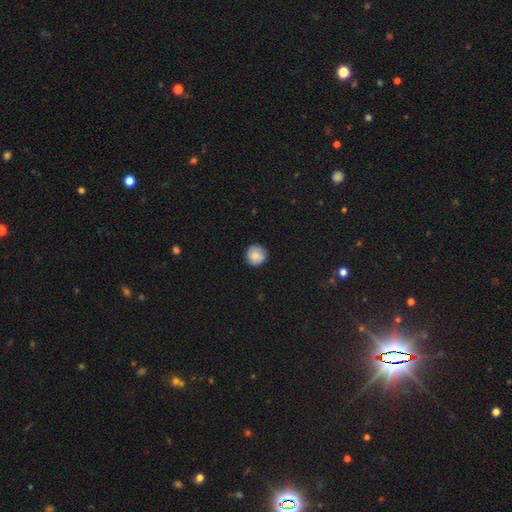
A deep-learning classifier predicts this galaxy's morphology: A smooth galaxy with no disk features (85%) that is round (94%). Merging: none (87%).